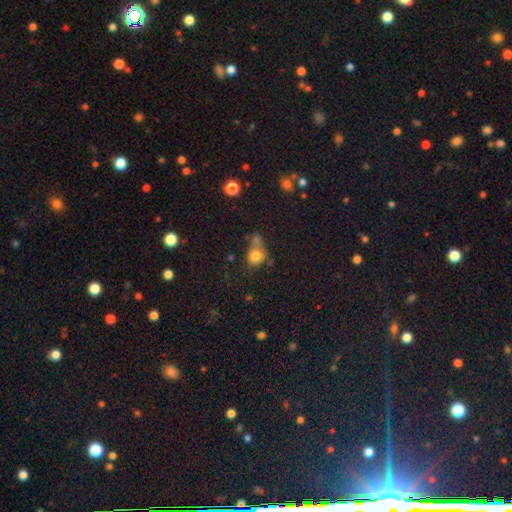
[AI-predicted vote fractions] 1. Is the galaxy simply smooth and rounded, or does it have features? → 77% smooth, 13% star or artifact, 11% featured or disk.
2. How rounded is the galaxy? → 69% round, 30% in between, 1% cigar-shaped.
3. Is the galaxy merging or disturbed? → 40% none, 33% merger, 17% minor disturbance, 10% major disturbance.